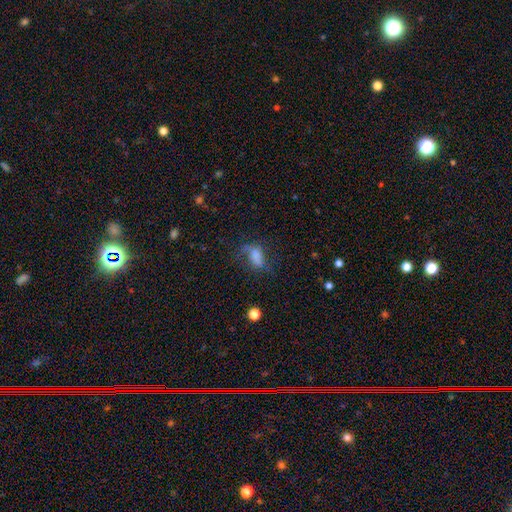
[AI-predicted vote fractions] Smooth or featured? smooth (52%)
How rounded? in between (80%)
Merging? none (48%)